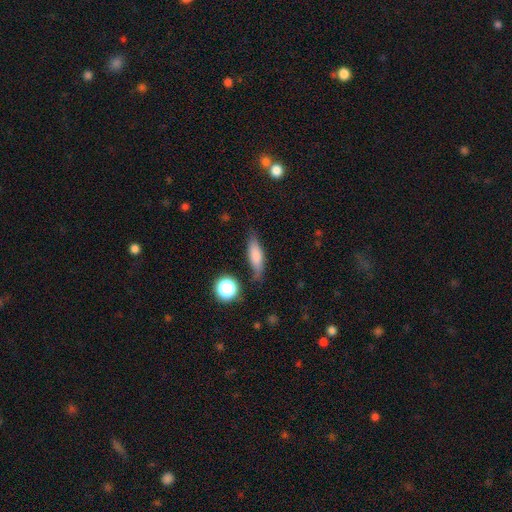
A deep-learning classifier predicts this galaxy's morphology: This is likely a smooth galaxy (72%). How rounded: possibly in between (49%). Merging: likely none (69%).